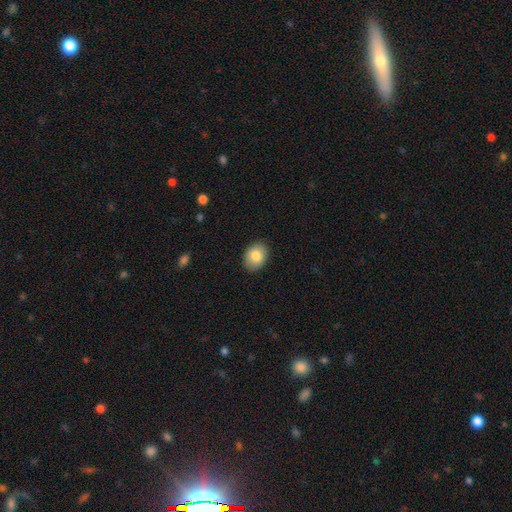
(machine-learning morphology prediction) smooth_or_featured: smooth (p=0.84) [alt: featured or disk p=0.09]
how_rounded: in between (p=0.64) [alt: round p=0.35]
merging: none (p=0.88) [alt: minor disturbance p=0.09]